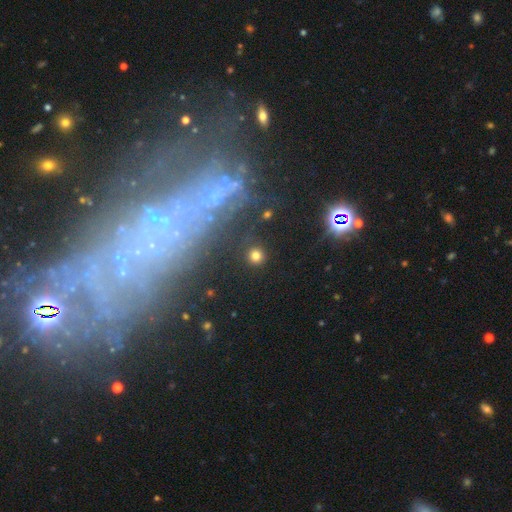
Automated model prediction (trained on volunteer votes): Smooth or featured: smooth — 78% (star or artifact — 14%)
How rounded: round — 93% (in between — 6%)
Merging: none — 89% (minor disturbance — 6%)